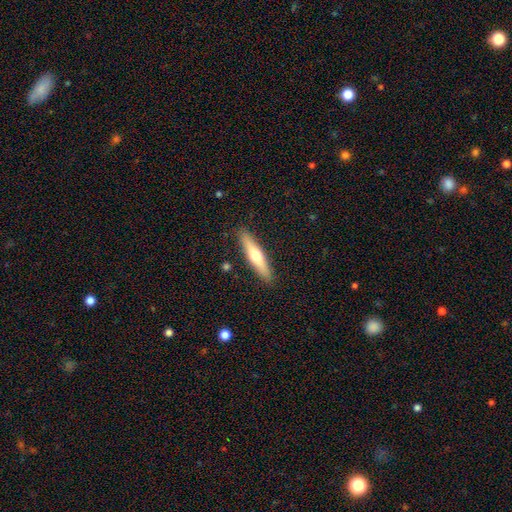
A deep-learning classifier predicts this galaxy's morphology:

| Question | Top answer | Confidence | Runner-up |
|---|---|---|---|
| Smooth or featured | smooth | 50% | featured or disk (45%) |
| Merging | none | 90% | minor disturbance (8%) |